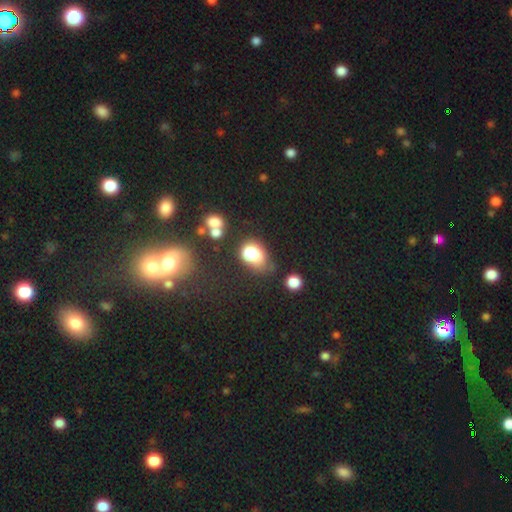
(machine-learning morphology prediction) Q: Smooth or featured?
A: smooth (71%); runner-up: featured or disk (15%)
Q: How rounded?
A: in between (67%); runner-up: round (32%)
Q: Merging?
A: none (35%); runner-up: merger (26%)